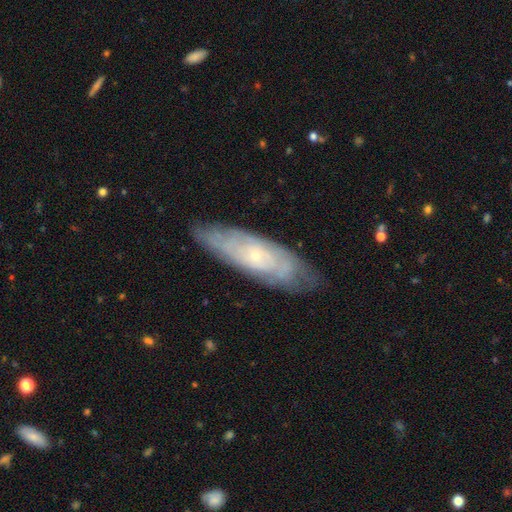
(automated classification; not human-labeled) Smooth or featured? featured or disk (70%)
Edge-on disk? no (81%)
Bar? no (79%)
Spiral arms? yes (82%)
Bulge size? small (80%)
Merging? none (77%)